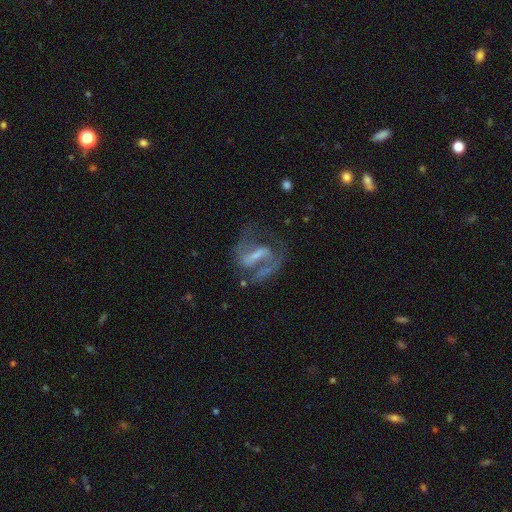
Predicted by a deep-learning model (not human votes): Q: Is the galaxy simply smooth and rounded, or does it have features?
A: featured or disk — 80%.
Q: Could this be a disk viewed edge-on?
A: no — 94%.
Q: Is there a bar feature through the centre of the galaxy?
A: strong — 58%.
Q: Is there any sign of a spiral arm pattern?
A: yes — 82%.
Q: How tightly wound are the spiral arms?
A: medium — 51%.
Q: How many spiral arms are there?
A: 2 — 77%.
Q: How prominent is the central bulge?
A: small — 38%.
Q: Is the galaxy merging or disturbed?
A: none — 49%.